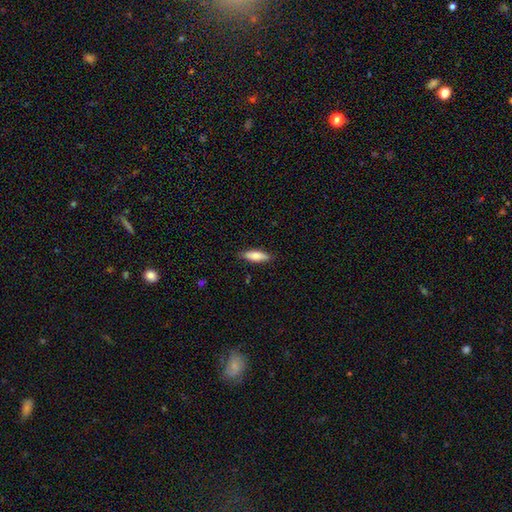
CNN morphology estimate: A smooth galaxy with no disk features (76%) that is in between round and cigar-shaped (51%).

Vote fractions:
- Smooth or featured? smooth: 76% / featured or disk: 17% / star or artifact: 6%
- How rounded? in between: 51% / cigar-shaped: 47% / round: 2%
- Merging? none: 86% / minor disturbance: 11% / major disturbance: 2% / merger: 1%